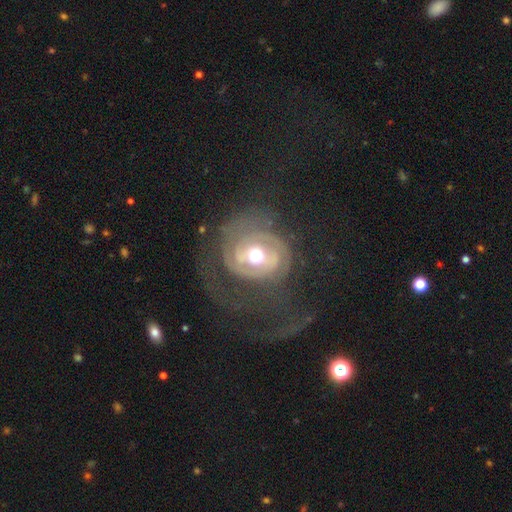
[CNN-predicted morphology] Smooth or featured? Predicted: featured or disk (p=0.81). Edge-on disk? Predicted: no (p=0.97). Bar? Predicted: no (p=0.58). Spiral arms? Predicted: yes (p=0.84). Spiral winding? Predicted: tight (p=0.49). Spiral arm count? Predicted: 2 (p=0.48). Bulge size? Predicted: moderate (p=0.73). Merging? Predicted: none (p=0.55).